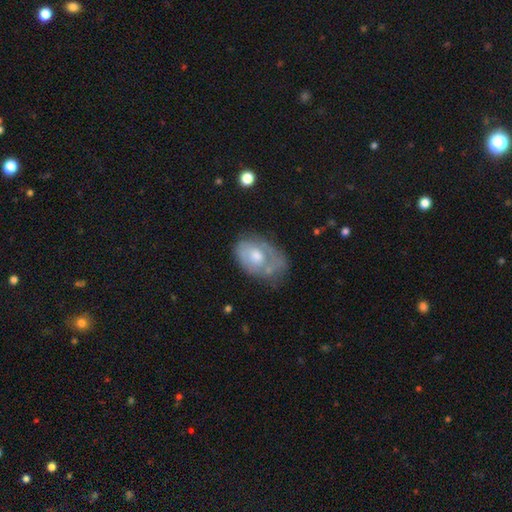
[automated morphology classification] type=featured or disk (54%); edge-on=no (95%); bar=no (83%); spiral arms=no (57%); bulge=moderate (62%); merging=none (42%).